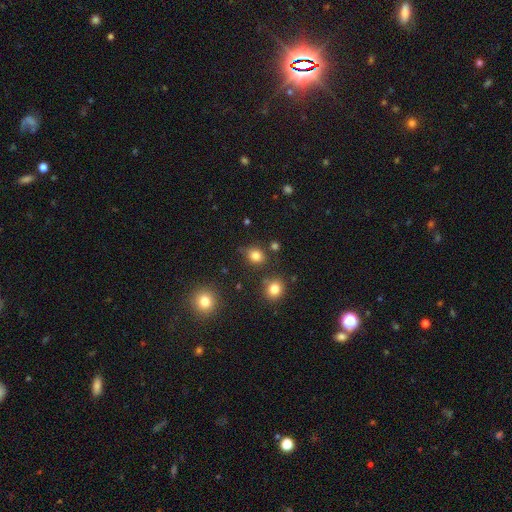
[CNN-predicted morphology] This appears to be a smooth galaxy with no disk features (82%) that is round (67%). Merging: none (76%).